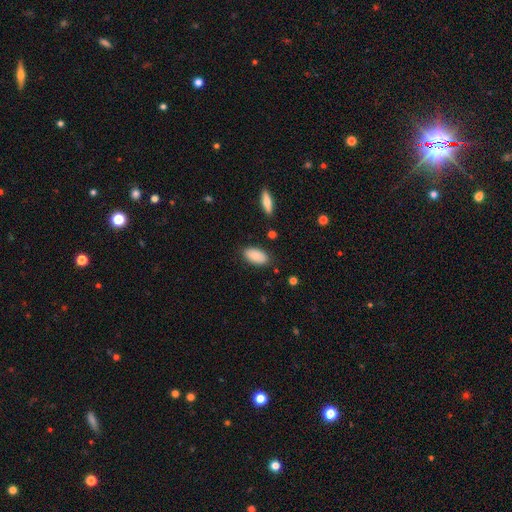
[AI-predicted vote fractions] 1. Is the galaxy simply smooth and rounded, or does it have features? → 84% smooth, 9% featured or disk, 7% star or artifact.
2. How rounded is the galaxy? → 94% in between, 4% cigar-shaped, 3% round.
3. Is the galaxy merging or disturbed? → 84% none, 12% minor disturbance, 3% major disturbance, 2% merger.